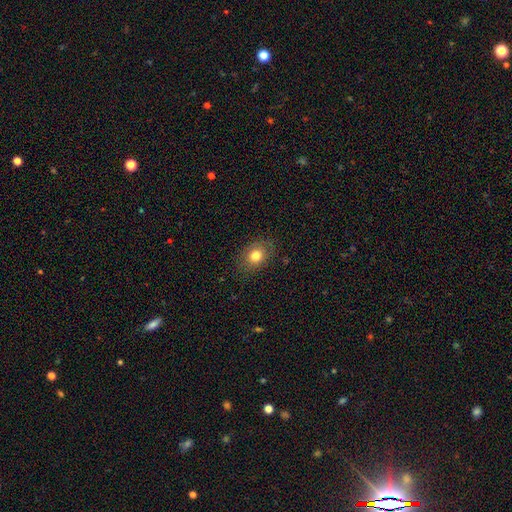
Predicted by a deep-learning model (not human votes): Smooth or featured?
  - smooth: 78% *
  - featured or disk: 12%
  - star or artifact: 10%
How rounded?
  - in between: 64% *
  - round: 34%
  - cigar-shaped: 1%
Merging?
  - none: 81% *
  - minor disturbance: 14%
  - major disturbance: 4%
  - merger: 1%